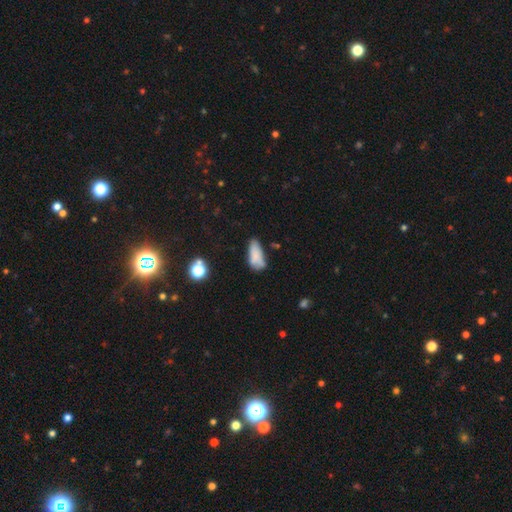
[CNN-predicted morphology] smooth_or_featured: smooth (p=0.75) [alt: featured or disk p=0.15]
how_rounded: in between (p=0.82) [alt: cigar-shaped p=0.15]
merging: none (p=0.48) [alt: minor disturbance p=0.32]